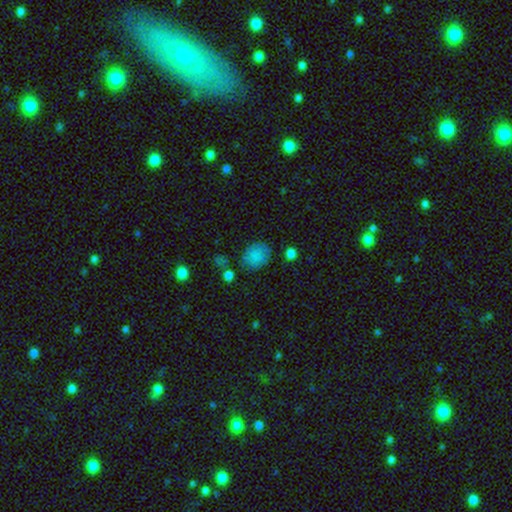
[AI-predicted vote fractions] smooth_or_featured: smooth (p=0.84) [alt: star or artifact p=0.10]
how_rounded: round (p=0.59) [alt: in between p=0.40]
merging: none (p=0.73) [alt: minor disturbance p=0.17]